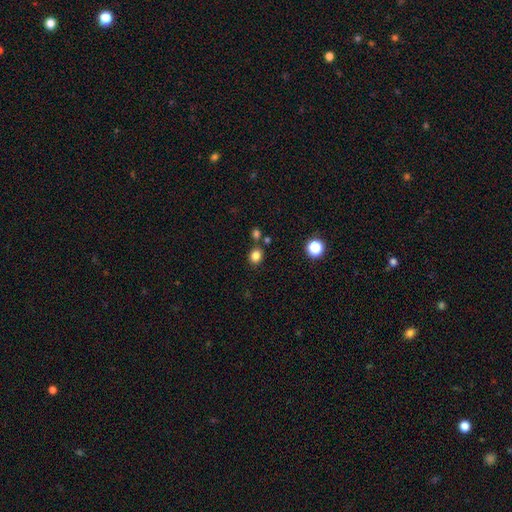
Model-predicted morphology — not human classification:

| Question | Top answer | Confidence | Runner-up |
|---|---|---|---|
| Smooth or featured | smooth | 83% | star or artifact (13%) |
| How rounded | round | 66% | in between (33%) |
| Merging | none | 77% | minor disturbance (10%) |